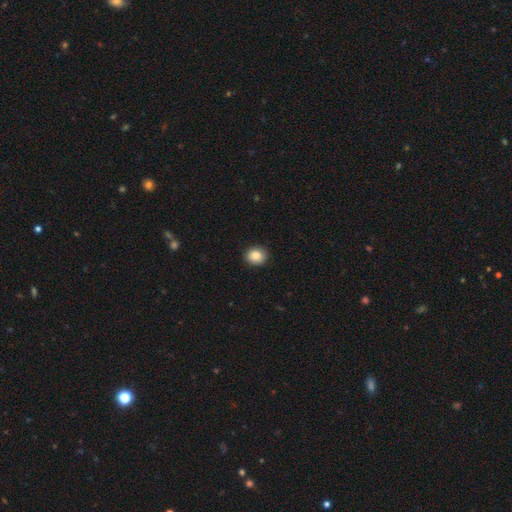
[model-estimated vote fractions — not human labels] Overall: smooth (86%). How rounded: round (73%). Merging: none (91%).